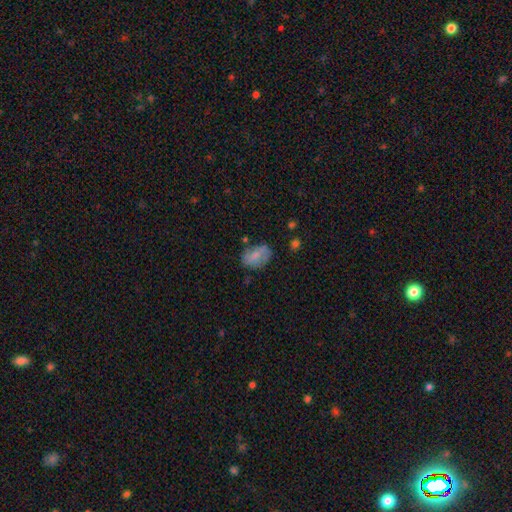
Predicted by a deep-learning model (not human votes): Smooth or featured: smooth — 68% (featured or disk — 23%)
How rounded: in between — 80% (round — 19%)
Merging: none — 58% (minor disturbance — 27%)